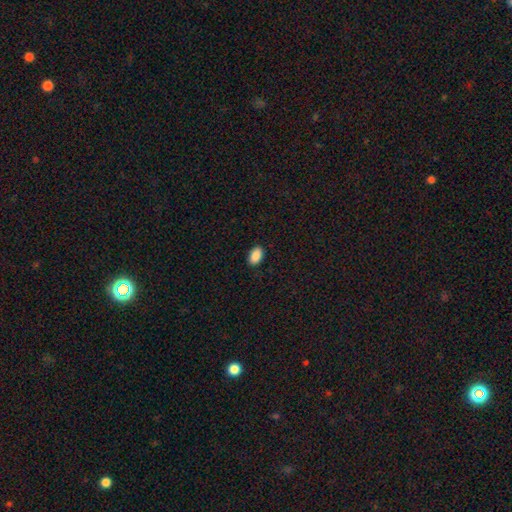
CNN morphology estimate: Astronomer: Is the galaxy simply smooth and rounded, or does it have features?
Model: smooth — 89%.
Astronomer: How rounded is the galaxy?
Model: in between — 93%.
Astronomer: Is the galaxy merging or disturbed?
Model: none — 89%.